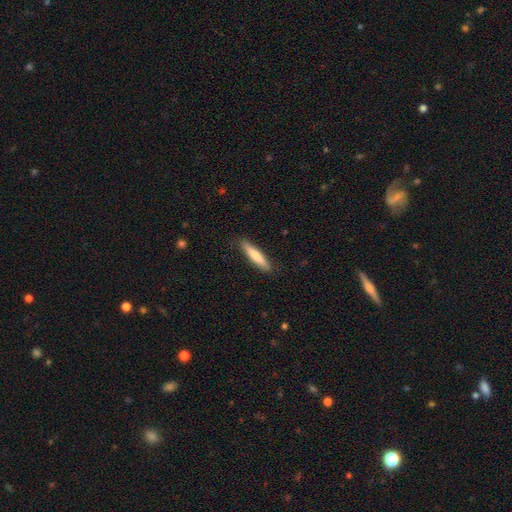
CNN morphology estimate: Overall: smooth (77%). How rounded: cigar-shaped (89%). Merging: none (89%).